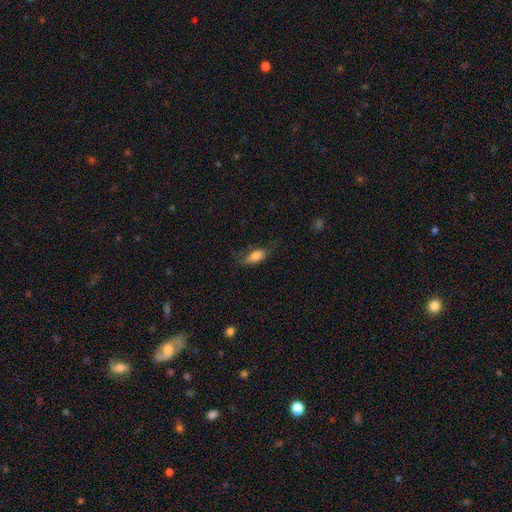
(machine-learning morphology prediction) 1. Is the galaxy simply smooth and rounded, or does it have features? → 77% smooth, 15% featured or disk, 8% star or artifact.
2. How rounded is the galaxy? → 81% in between, 15% cigar-shaped, 4% round.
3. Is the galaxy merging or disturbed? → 53% none, 29% minor disturbance, 16% major disturbance, 2% merger.